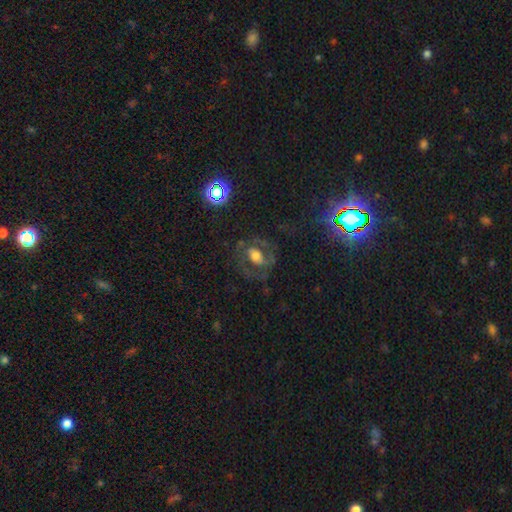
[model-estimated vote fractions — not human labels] smooth_or_featured: featured or disk (p=0.57) [alt: smooth p=0.29]
disk_edge_on: no (p=0.94) [alt: yes p=0.06]
bar: no (p=0.52) [alt: weak p=0.30]
has_spiral_arms: yes (p=0.57) [alt: no p=0.43]
bulge_size: moderate (p=0.55) [alt: large p=0.27]
merging: none (p=0.59) [alt: major disturbance p=0.21]